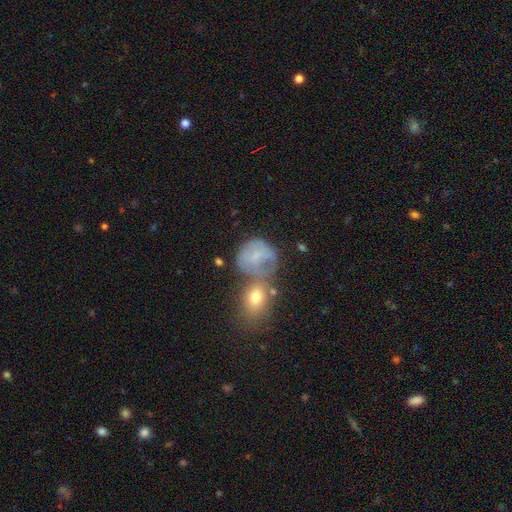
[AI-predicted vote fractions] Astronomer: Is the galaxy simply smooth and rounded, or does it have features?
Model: smooth — 51% (runner-up: featured or disk, 38%).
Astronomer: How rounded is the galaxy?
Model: round — 63%.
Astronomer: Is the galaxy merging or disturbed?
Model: none — 35% (runner-up: merger, 29%).